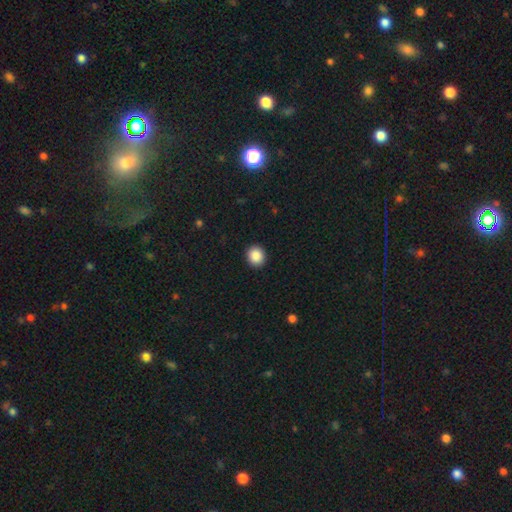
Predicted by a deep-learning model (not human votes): Smooth or featured: smooth — 88% (star or artifact — 9%)
How rounded: round — 84% (in between — 15%)
Merging: none — 92% (minor disturbance — 5%)